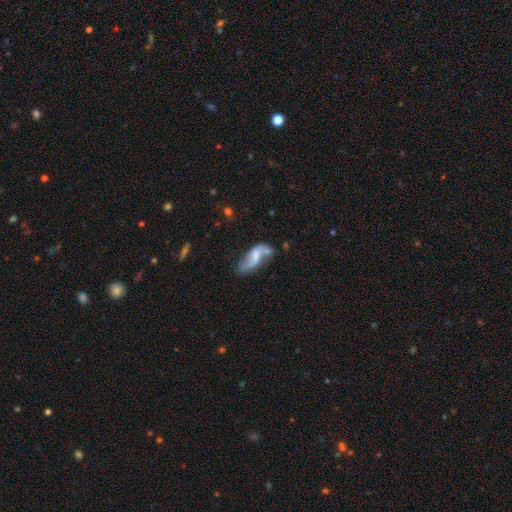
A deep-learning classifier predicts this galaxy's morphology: featured or disk 57%, smooth 36%, star or artifact 8%. Down the decision tree: edge-on disk — no (92%); bar — no (46%); spiral arms — yes (74%); bulge size — none (32%); merging — none (35%).